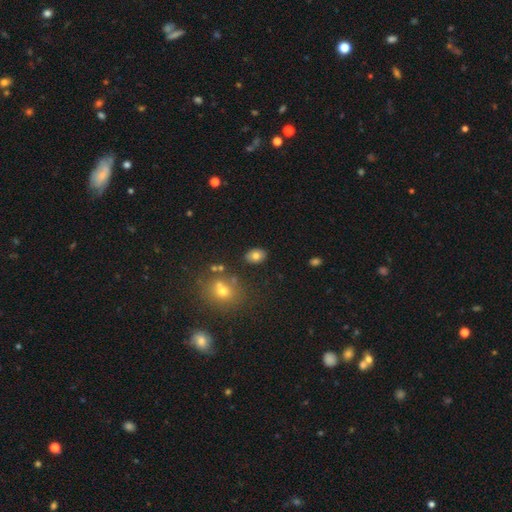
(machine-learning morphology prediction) The model was most divided on "how rounded": in between: 75%, round: 24%, cigar-shaped: 1%. More confident: merging — none (84%); smooth or featured — smooth (78%).